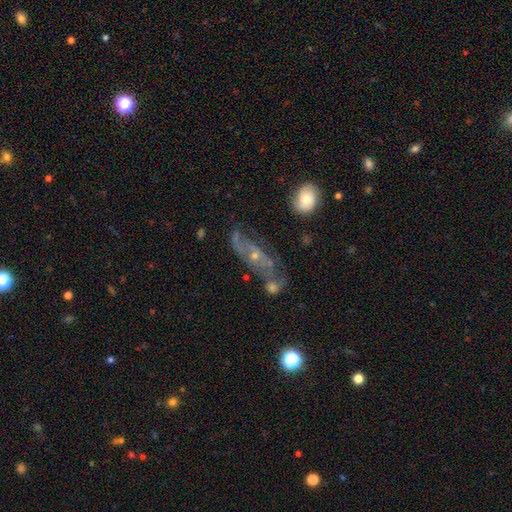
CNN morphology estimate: Q: Smooth or featured?
A: featured or disk (67%); runner-up: smooth (20%)
Q: Edge-on disk?
A: no (83%); runner-up: yes (17%)
Q: Bar?
A: no (69%); runner-up: weak (23%)
Q: Spiral arms?
A: yes (64%); runner-up: no (36%)
Q: Bulge size?
A: small (65%); runner-up: moderate (27%)
Q: Merging?
A: none (44%); runner-up: minor disturbance (22%)